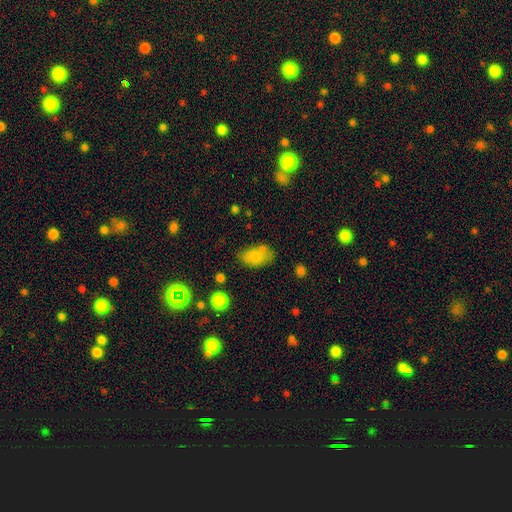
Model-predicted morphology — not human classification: A smooth galaxy with no disk features (80%) that is in between round and cigar-shaped (90%).

Vote fractions:
- Smooth or featured? smooth: 80% / star or artifact: 11% / featured or disk: 10%
- How rounded? in between: 90% / round: 8% / cigar-shaped: 2%
- Merging? none: 57% / minor disturbance: 21% / merger: 13% / major disturbance: 8%